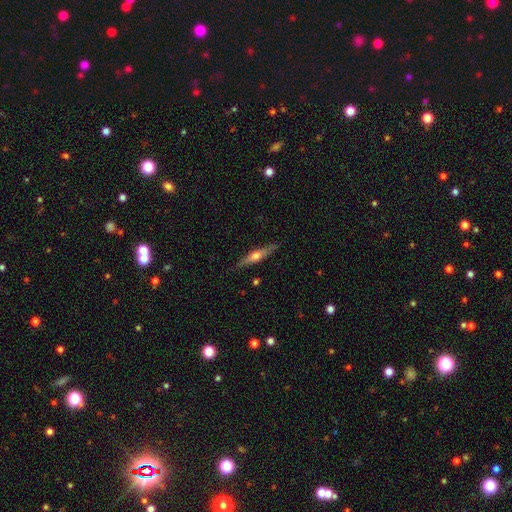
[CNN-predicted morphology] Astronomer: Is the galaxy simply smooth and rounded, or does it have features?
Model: featured or disk — 65%.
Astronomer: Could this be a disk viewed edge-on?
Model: yes — 96%.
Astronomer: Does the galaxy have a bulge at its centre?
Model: rounded — 92%.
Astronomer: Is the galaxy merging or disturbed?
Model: none — 88%.